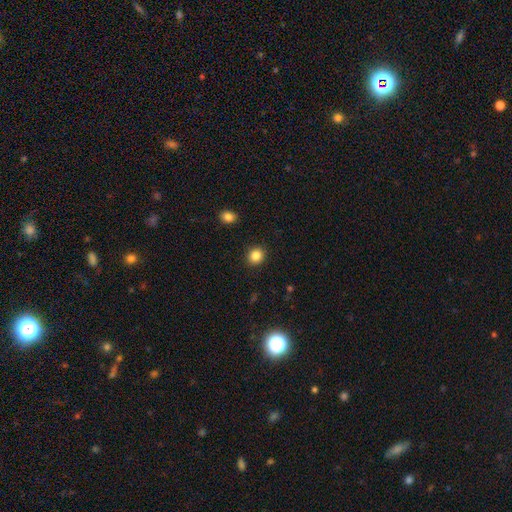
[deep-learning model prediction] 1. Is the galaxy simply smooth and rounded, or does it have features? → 85% smooth, 11% star or artifact, 5% featured or disk.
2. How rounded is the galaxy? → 80% round, 19% in between, 1% cigar-shaped.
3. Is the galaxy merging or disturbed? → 90% none, 6% minor disturbance, 2% major disturbance, 1% merger.